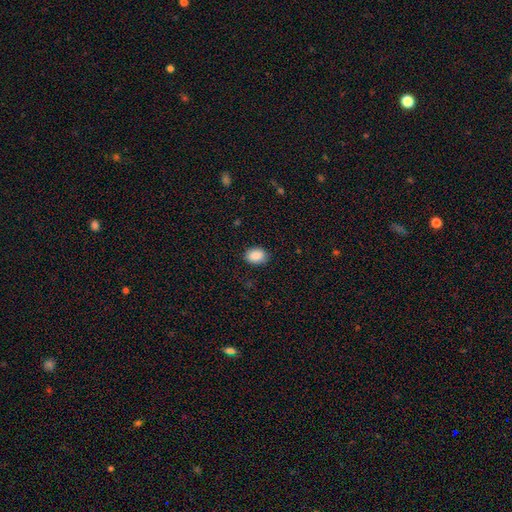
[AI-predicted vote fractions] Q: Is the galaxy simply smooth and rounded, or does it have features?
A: smooth — 89%.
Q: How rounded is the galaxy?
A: in between — 69%.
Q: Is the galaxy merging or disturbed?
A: none — 87%.